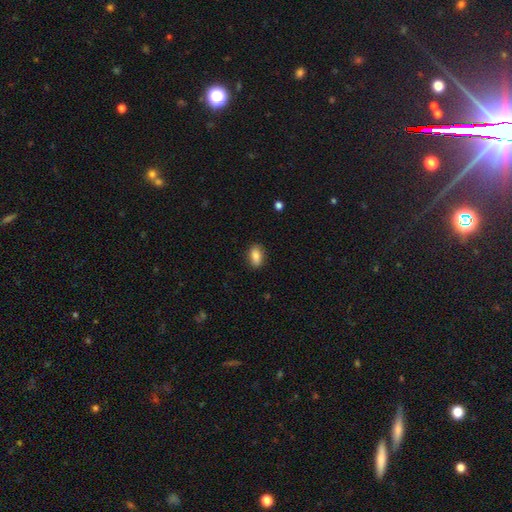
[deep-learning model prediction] Smooth or featured?
  - smooth: 86% *
  - star or artifact: 8%
  - featured or disk: 7%
How rounded?
  - in between: 88% *
  - round: 7%
  - cigar-shaped: 5%
Merging?
  - none: 86% *
  - minor disturbance: 11%
  - major disturbance: 2%
  - merger: 1%